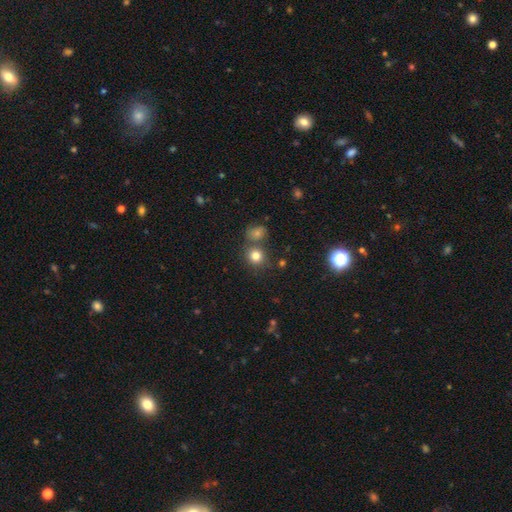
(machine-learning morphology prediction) smooth_or_featured: smooth (p=0.78) [alt: star or artifact p=0.14]
how_rounded: round (p=0.84) [alt: in between p=0.15]
merging: none (p=0.69) [alt: merger p=0.19]